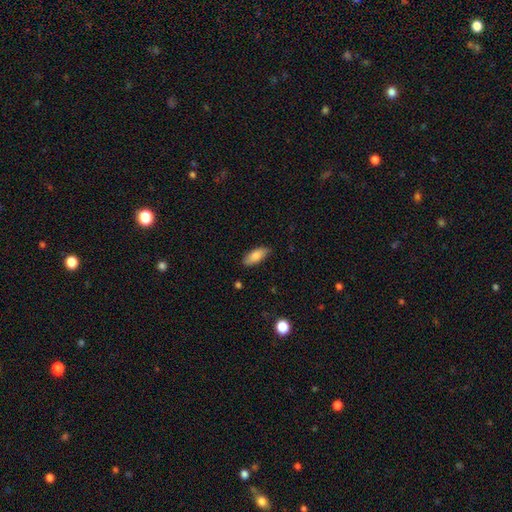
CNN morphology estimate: A smooth galaxy with no disk features (83%) that is in between round and cigar-shaped (82%). Merging: none (84%).